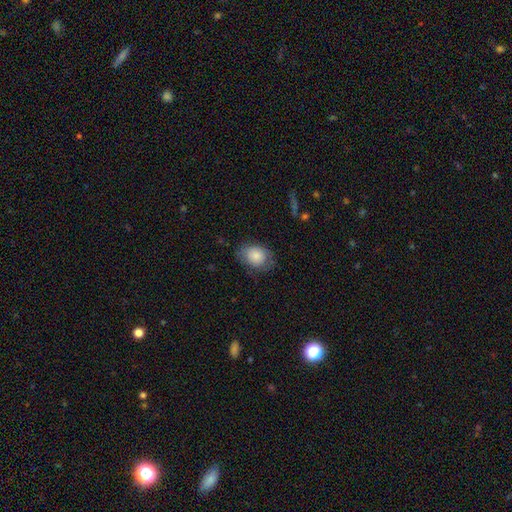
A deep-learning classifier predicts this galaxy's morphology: A smooth galaxy with no disk features (83%) that is in between round and cigar-shaped (67%). Merging: none (71%).